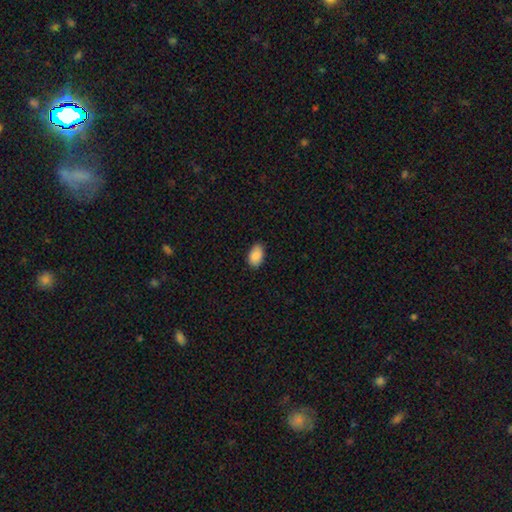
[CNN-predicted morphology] smooth_or_featured: smooth (p=0.90) [alt: star or artifact p=0.07]
how_rounded: in between (p=0.92) [alt: round p=0.07]
merging: none (p=0.86) [alt: minor disturbance p=0.11]